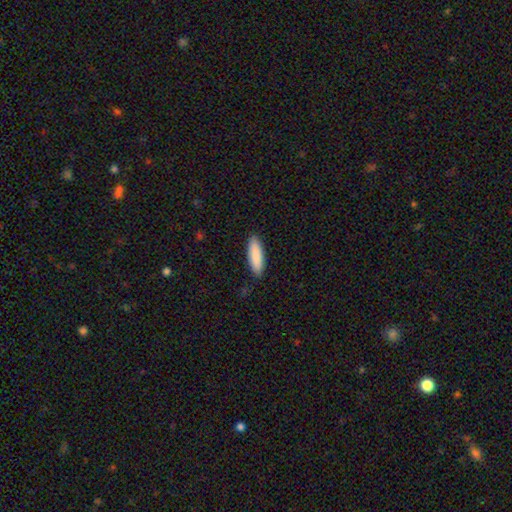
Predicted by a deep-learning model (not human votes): Smooth or featured? Predicted: smooth (p=0.88). How rounded? Predicted: cigar-shaped (p=0.52). Merging? Predicted: none (p=0.89).